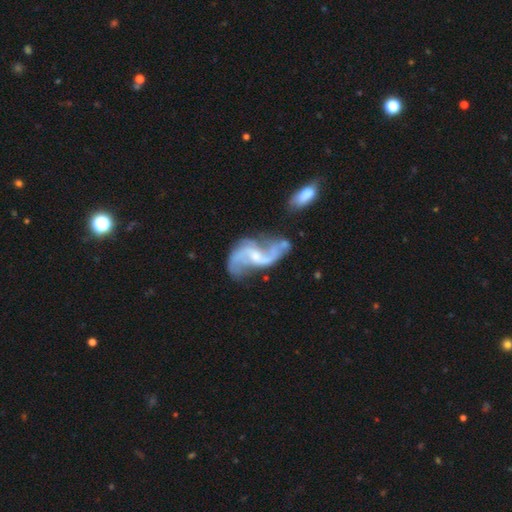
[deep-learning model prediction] A featured or disk galaxy (89%) with a weak bar (48%), 2 (90%) loose (73%) spiral arms (95%) and a small central bulge (52%).

Vote fractions:
- Smooth or featured? featured or disk: 89% / star or artifact: 6% / smooth: 5%
- Edge-on disk? no: 97% / yes: 3%
- Bar? weak: 48% / no: 35% / strong: 17%
- Spiral arms? yes: 95% / no: 5%
- Spiral winding? loose: 73% / medium: 22% / tight: 5%
- Spiral arm count? 2: 90% / can't tell: 3% / 3: 2% / 1: 2% / 4: 1% / more than 4: 1%
- Bulge size? small: 52% / moderate: 30% / none: 15% / large: 2% / dominant: 1%
- Merging? none: 47% / minor disturbance: 19% / merger: 17% / major disturbance: 17%